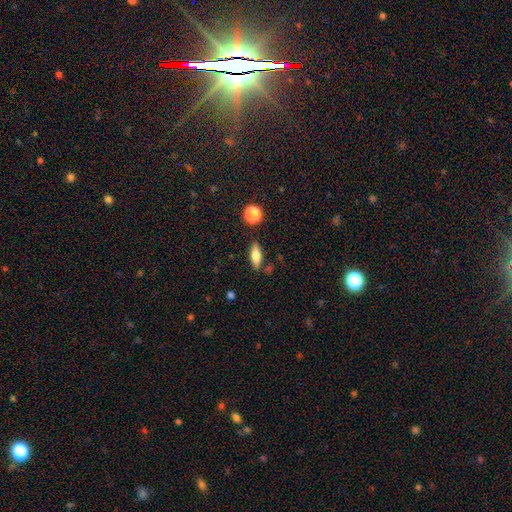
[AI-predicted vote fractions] smooth 66%, featured or disk 26%, star or artifact 9%. Down the decision tree: how rounded — in between (65%); merging — none (83%).